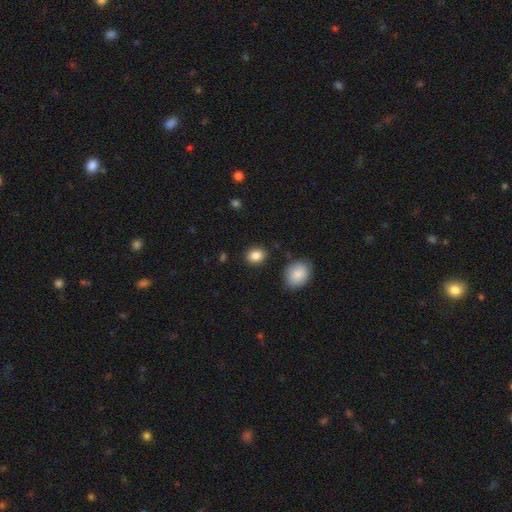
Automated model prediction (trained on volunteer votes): This appears to be a smooth galaxy with no disk features (86%) that is round (50%). Merging: none (87%).